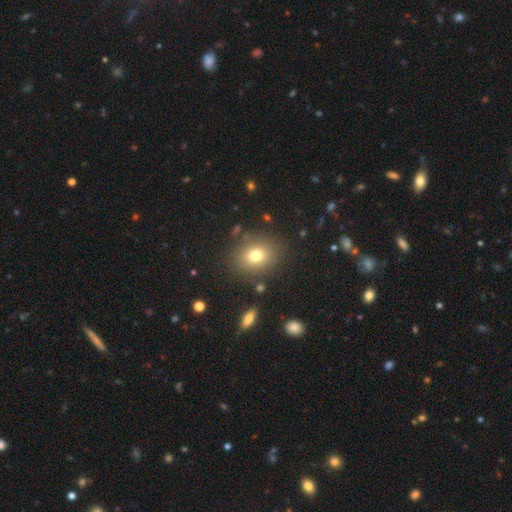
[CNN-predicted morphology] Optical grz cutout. It shows a smooth galaxy with no disk features (75%) that is round (54%). Merging: none (84%).